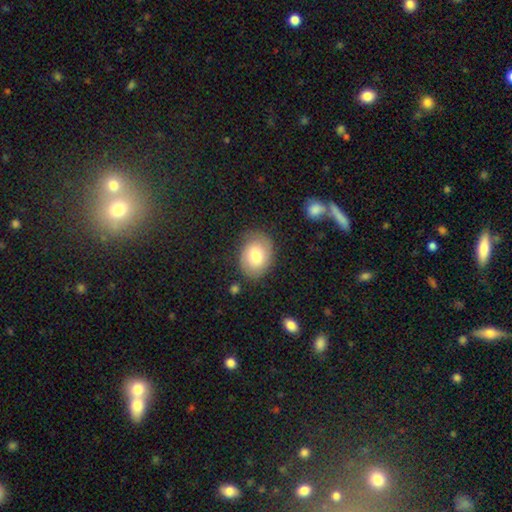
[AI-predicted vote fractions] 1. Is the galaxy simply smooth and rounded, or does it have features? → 65% smooth, 28% featured or disk, 8% star or artifact.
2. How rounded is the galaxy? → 59% in between, 40% round, 1% cigar-shaped.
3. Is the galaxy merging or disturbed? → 77% none, 17% minor disturbance, 5% major disturbance, 2% merger.